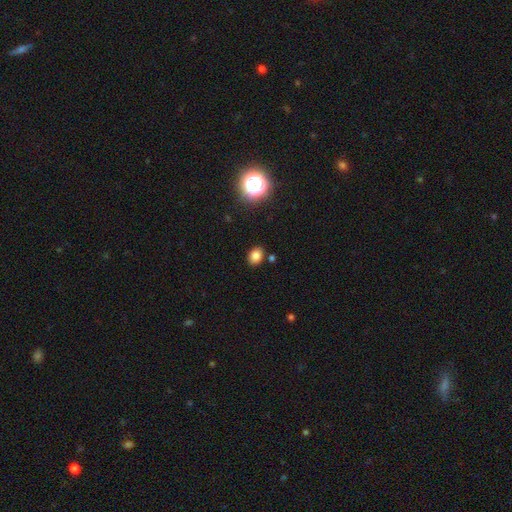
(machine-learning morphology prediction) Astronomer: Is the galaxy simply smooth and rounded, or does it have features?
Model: smooth — 79%.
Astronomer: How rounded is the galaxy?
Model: in between — 59% (runner-up: round, 40%).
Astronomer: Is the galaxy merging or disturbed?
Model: none — 85%.